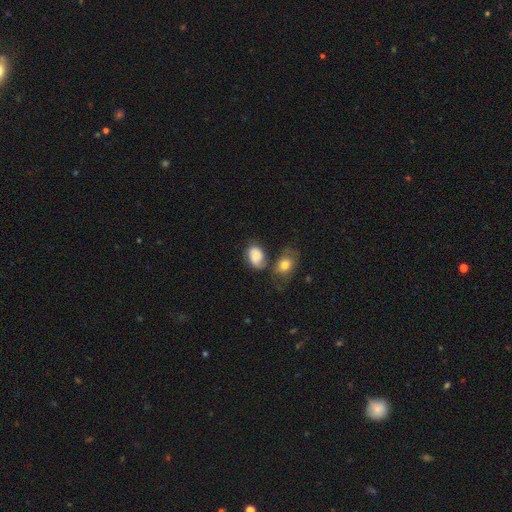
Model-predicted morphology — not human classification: A smooth galaxy with no disk features (70%) that is in between round and cigar-shaped (80%). Merging: none (43%).